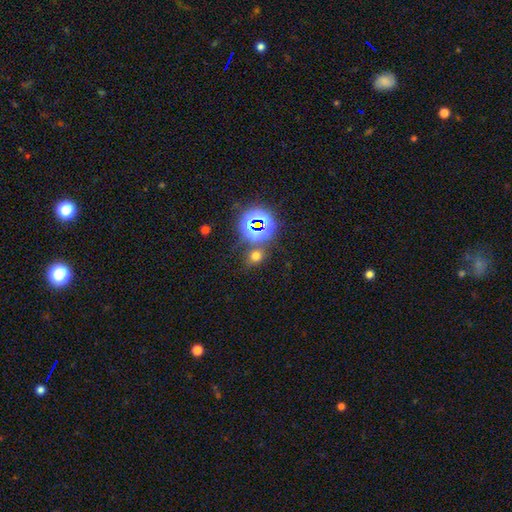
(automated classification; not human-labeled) A smooth galaxy with no disk features (59%) that is round (69%). Merging: none (74%).